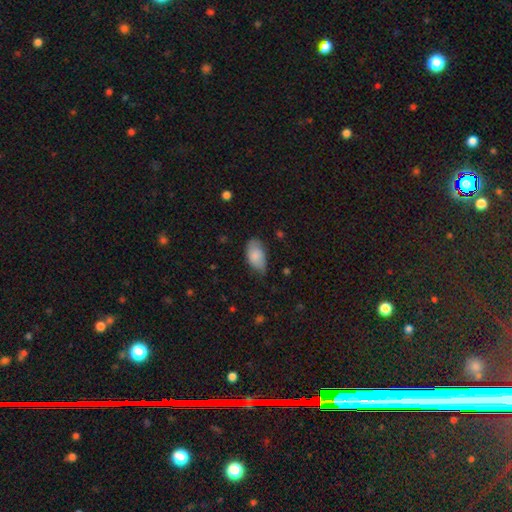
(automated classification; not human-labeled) Smooth or featured? smooth (81%)
How rounded? in between (94%)
Merging? none (56%)